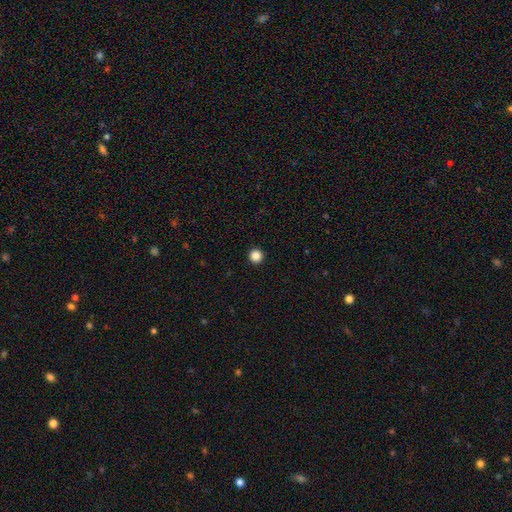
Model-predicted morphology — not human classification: type=smooth (86%); roundness=round (97%); merging=none (94%).